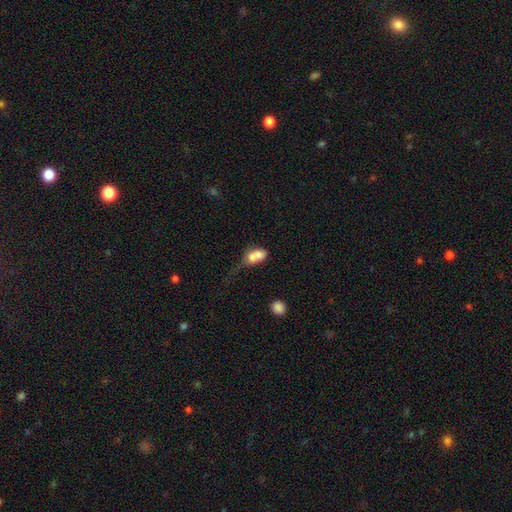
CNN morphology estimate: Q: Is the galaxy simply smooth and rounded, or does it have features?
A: smooth — 69%.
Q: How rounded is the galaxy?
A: in between — 70%.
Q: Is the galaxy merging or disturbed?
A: merger — 57%.